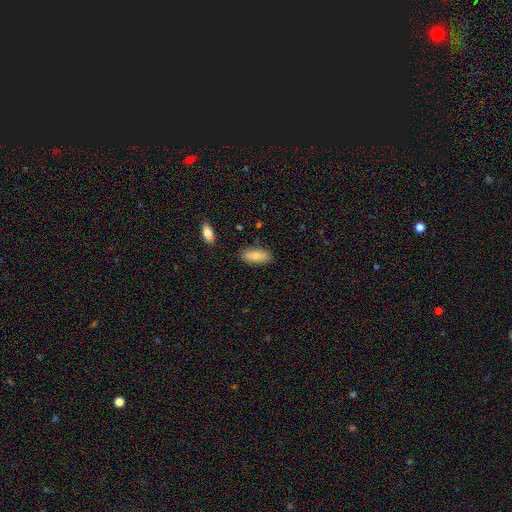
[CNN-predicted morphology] This appears to be a smooth galaxy with no disk features (80%) that is in between round and cigar-shaped (81%). Merging: none (83%).